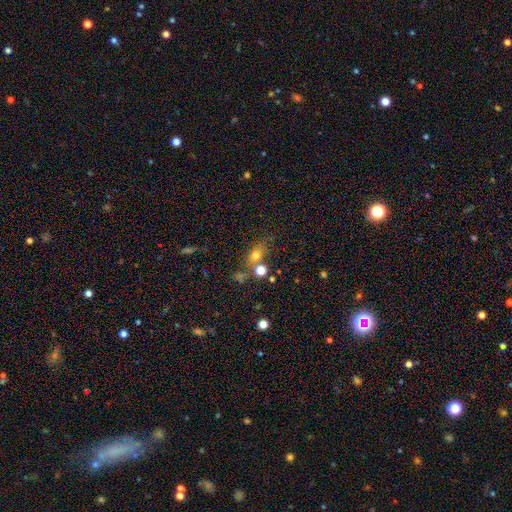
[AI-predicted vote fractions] Smooth or featured: smooth — 68% (star or artifact — 17%)
How rounded: in between — 55% (round — 38%)
Merging: none — 55% (merger — 23%)